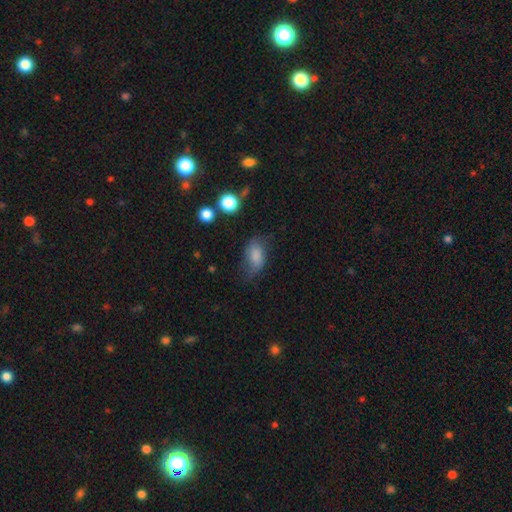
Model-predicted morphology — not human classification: A smooth galaxy with no disk features (76%) that is in between round and cigar-shaped (89%).

Vote fractions:
- Smooth or featured? smooth: 76% / featured or disk: 15% / star or artifact: 9%
- How rounded? in between: 89% / round: 8% / cigar-shaped: 3%
- Merging? none: 50% / minor disturbance: 31% / major disturbance: 17% / merger: 3%